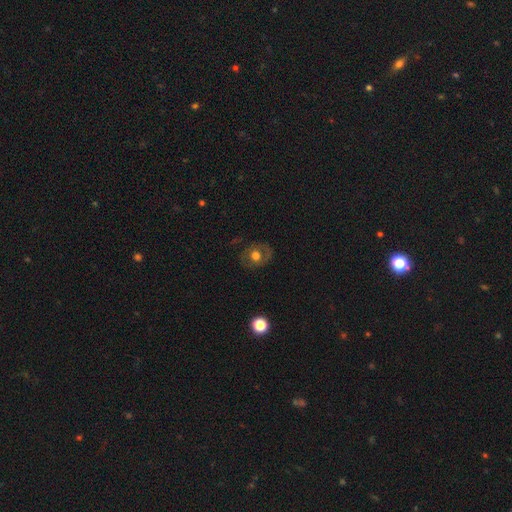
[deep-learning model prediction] Smooth or featured: smooth — 52% (featured or disk — 37%)
How rounded: round — 74% (in between — 25%)
Merging: none — 79% (minor disturbance — 13%)